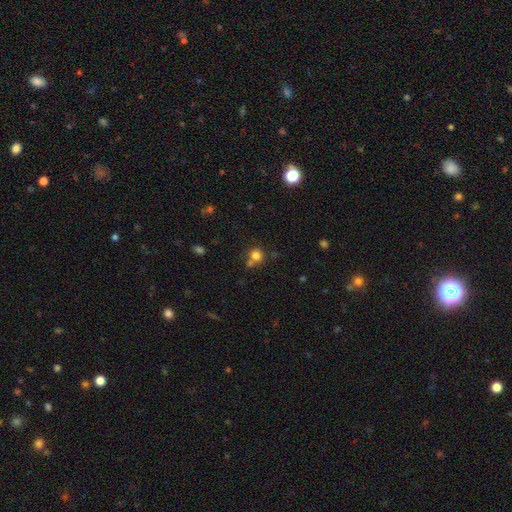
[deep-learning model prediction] Q: Smooth or featured?
A: smooth (79%); runner-up: star or artifact (14%)
Q: How rounded?
A: round (89%); runner-up: in between (10%)
Q: Merging?
A: none (61%); runner-up: merger (24%)